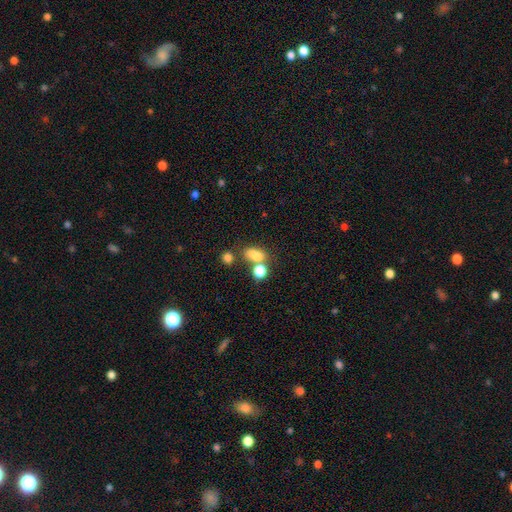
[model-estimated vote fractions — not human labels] smooth_or_featured: smooth (p=0.74) [alt: star or artifact p=0.16]
how_rounded: in between (p=0.71) [alt: round p=0.26]
merging: none (p=0.46) [alt: merger p=0.34]